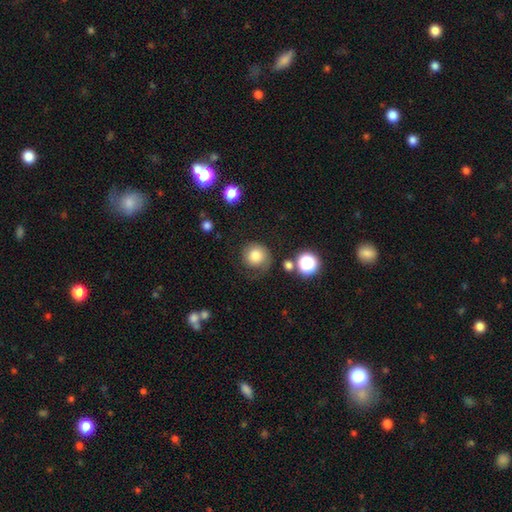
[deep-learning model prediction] A smooth galaxy with no disk features (73%) that is round (89%). Merging: none (58%).